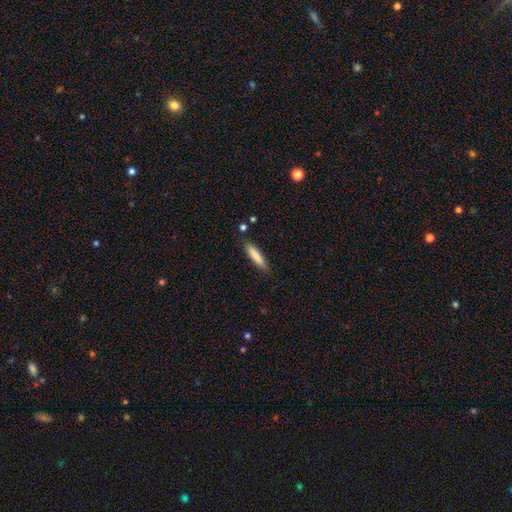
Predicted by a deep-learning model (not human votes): smooth 83%, featured or disk 10%, star or artifact 6%. Down the decision tree: how rounded — cigar-shaped (79%); merging — none (83%).